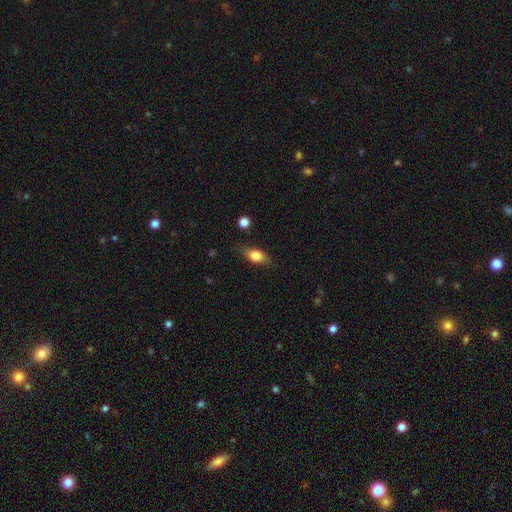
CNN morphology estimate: This is likely a smooth galaxy (79%). How rounded: clearly in between (80%). Merging: likely none (79%).